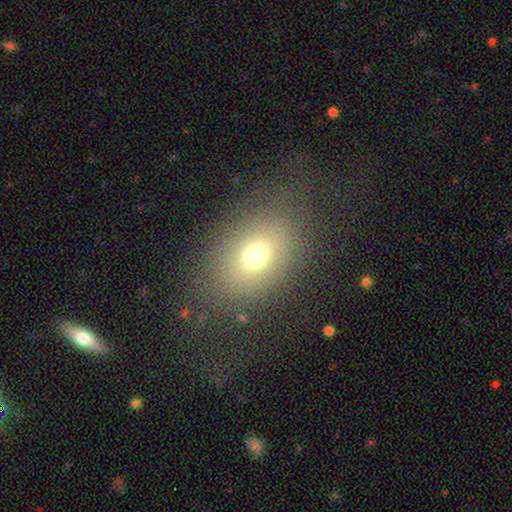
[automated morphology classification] A smooth galaxy with no disk features (69%) that is in between round and cigar-shaped (64%).

Vote fractions:
- Smooth or featured? smooth: 69% / star or artifact: 17% / featured or disk: 14%
- How rounded? in between: 64% / round: 35% / cigar-shaped: 1%
- Merging? none: 78% / minor disturbance: 12% / major disturbance: 8% / merger: 2%